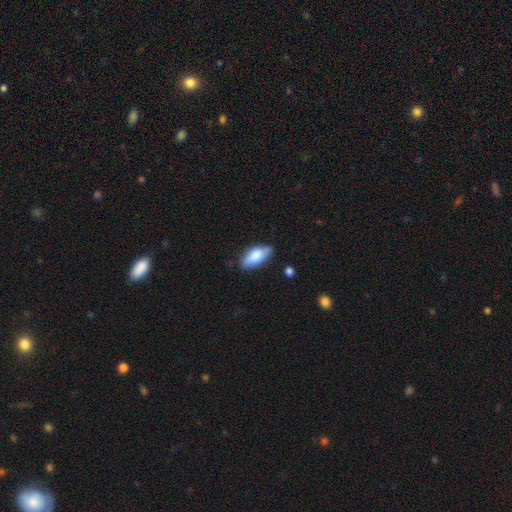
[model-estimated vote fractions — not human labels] smooth 79%, featured or disk 15%, star or artifact 6%. Down the decision tree: how rounded — in between (87%); merging — none (74%).